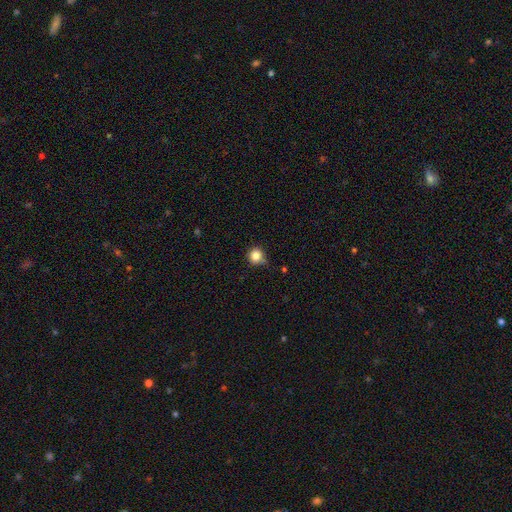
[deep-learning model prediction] A smooth galaxy with no disk features (83%) that is round (91%). Merging: none (70%).